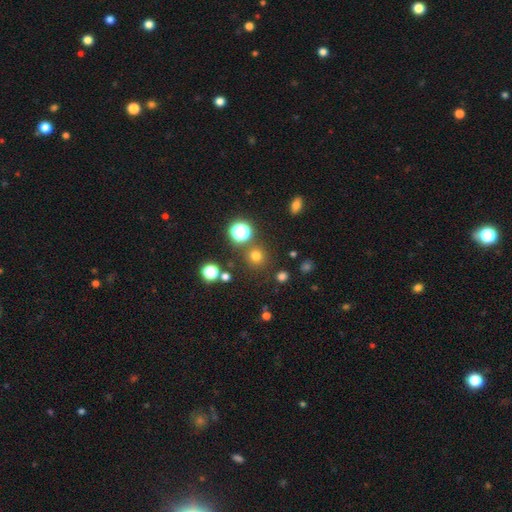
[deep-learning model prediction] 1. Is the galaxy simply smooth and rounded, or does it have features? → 71% smooth, 23% star or artifact, 6% featured or disk.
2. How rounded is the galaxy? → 93% round, 6% in between, 1% cigar-shaped.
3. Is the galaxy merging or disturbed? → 85% none, 7% minor disturbance, 5% merger, 3% major disturbance.